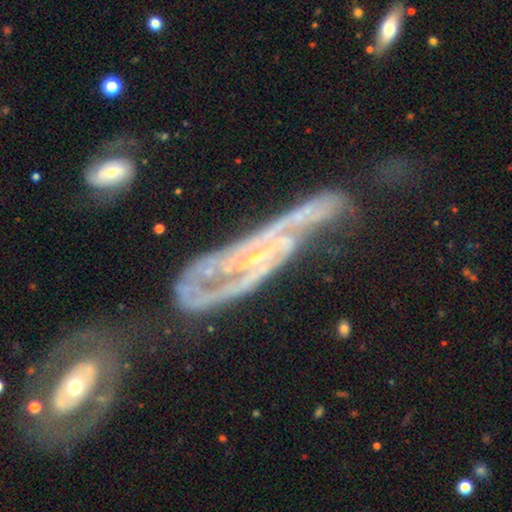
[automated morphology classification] Q: Smooth or featured?
A: featured or disk (84%); runner-up: smooth (8%)
Q: Edge-on disk?
A: no (79%); runner-up: yes (21%)
Q: Bar?
A: no (59%); runner-up: weak (27%)
Q: Spiral arms?
A: yes (90%); runner-up: no (10%)
Q: Spiral winding?
A: medium (40%); runner-up: tight (37%)
Q: Spiral arm count?
A: 2 (57%); runner-up: can't tell (22%)
Q: Bulge size?
A: small (80%); runner-up: moderate (12%)
Q: Merging?
A: none (37%); runner-up: minor disturbance (23%)